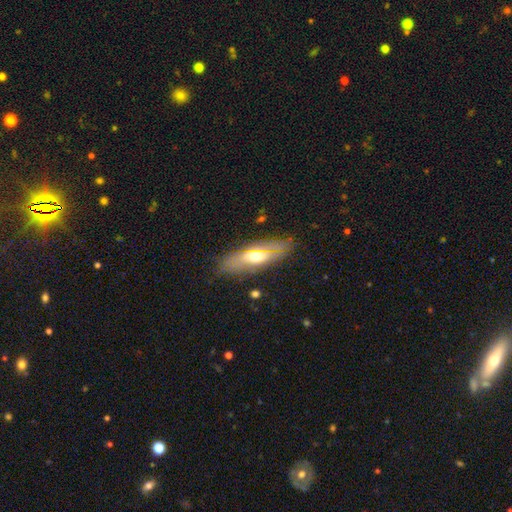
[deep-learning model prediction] smooth_or_featured: smooth (p=0.48) [alt: featured or disk p=0.42]
merging: none (p=0.82) [alt: minor disturbance p=0.13]